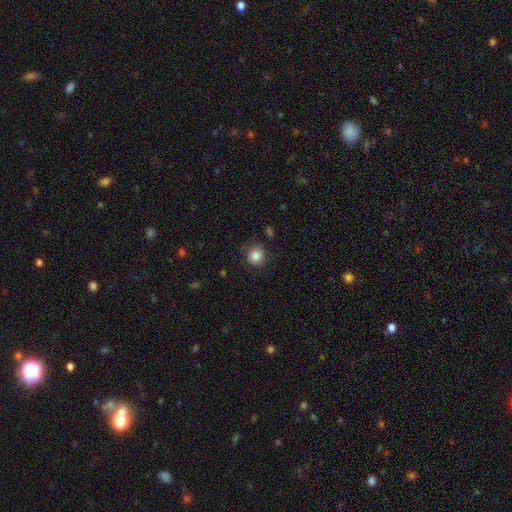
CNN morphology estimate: Smooth or featured? smooth (84%)
How rounded? round (85%)
Merging? none (79%)